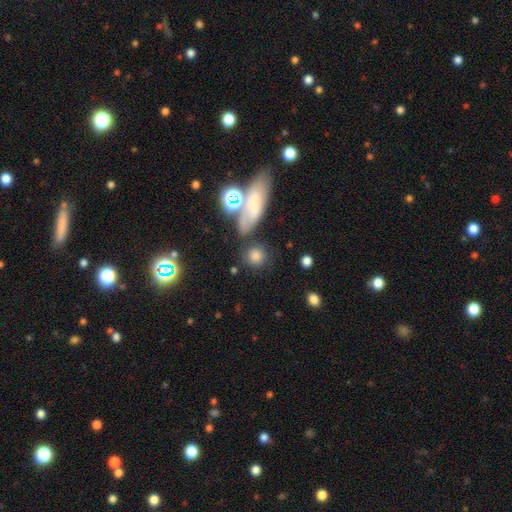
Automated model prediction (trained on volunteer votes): Q: Smooth or featured?
A: smooth (77%); runner-up: star or artifact (13%)
Q: How rounded?
A: round (83%); runner-up: in between (13%)
Q: Merging?
A: none (69%); runner-up: minor disturbance (13%)